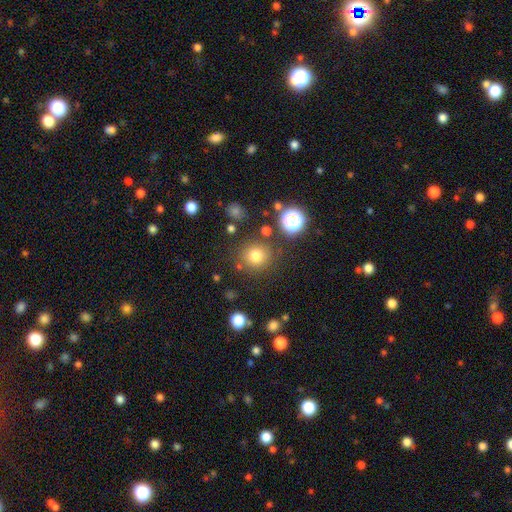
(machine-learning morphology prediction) Smooth or featured? smooth (76%)
How rounded? round (90%)
Merging? none (81%)